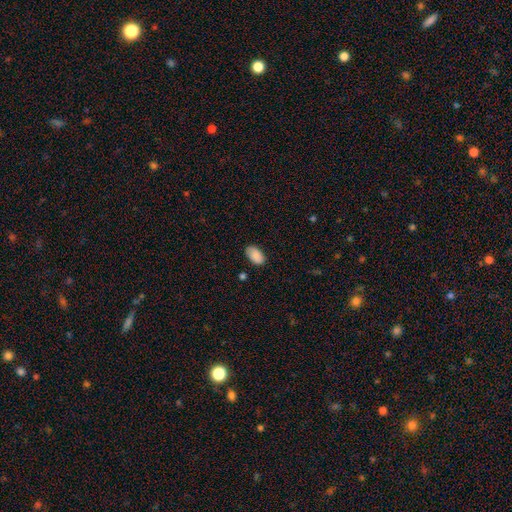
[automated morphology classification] Smooth or featured? smooth (88%)
How rounded? in between (94%)
Merging? none (80%)